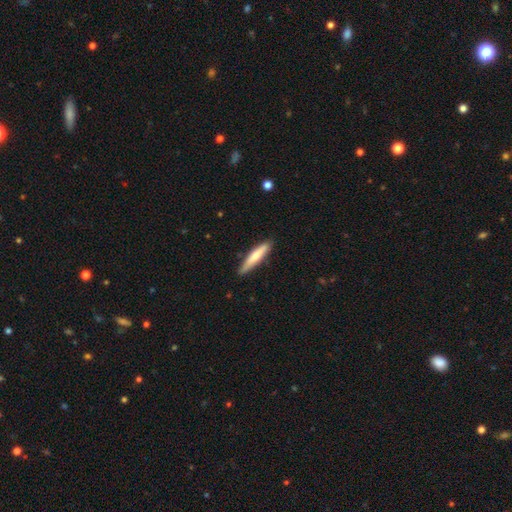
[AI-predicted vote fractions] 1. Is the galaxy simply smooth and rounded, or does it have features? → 67% smooth, 28% featured or disk, 5% star or artifact.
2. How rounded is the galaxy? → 88% cigar-shaped, 11% in between, 1% round.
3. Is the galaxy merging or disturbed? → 85% none, 12% minor disturbance, 2% major disturbance, 1% merger.